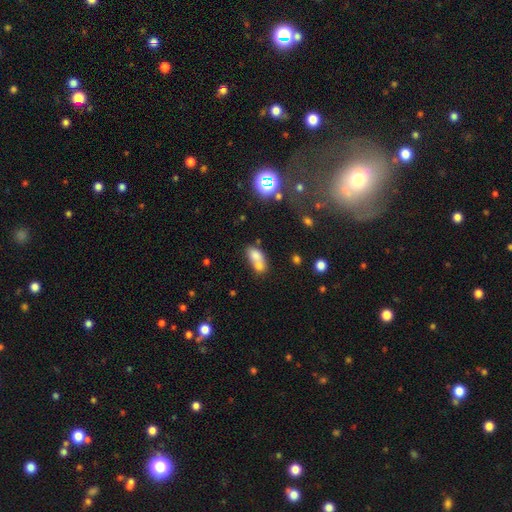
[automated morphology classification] smooth-or-featured: smooth: 70% | featured or disk: 18% | star or artifact: 12%
  how-rounded: in between: 76% | round: 19% | cigar-shaped: 5%
  merging: merger: 63% | none: 24% | minor disturbance: 8% | major disturbance: 5%